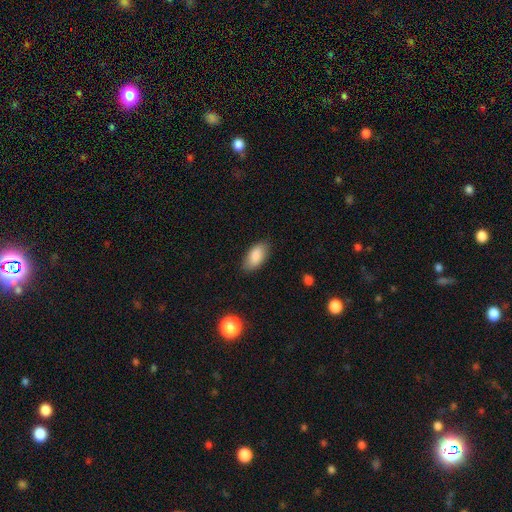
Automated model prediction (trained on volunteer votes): Smooth or featured?
  - smooth: 87% *
  - featured or disk: 7%
  - star or artifact: 7%
How rounded?
  - in between: 93% *
  - cigar-shaped: 4%
  - round: 3%
Merging?
  - none: 83% *
  - minor disturbance: 13%
  - major disturbance: 3%
  - merger: 1%